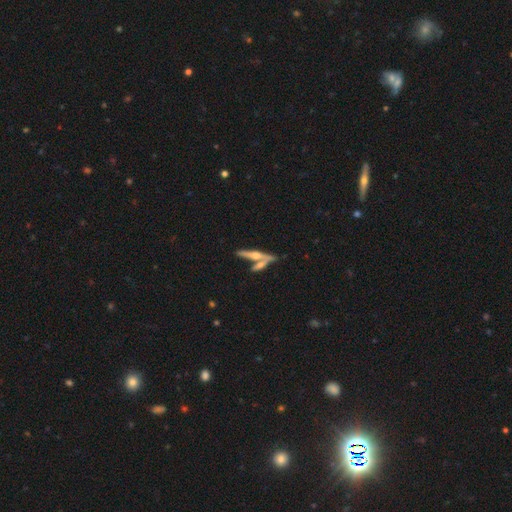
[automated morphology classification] Smooth or featured: featured or disk — 62% (smooth — 31%)
Edge-on disk: yes — 93% (no — 7%)
Edge-on bulge: rounded — 84% (none — 9%)
Merging: none — 53% (merger — 34%)